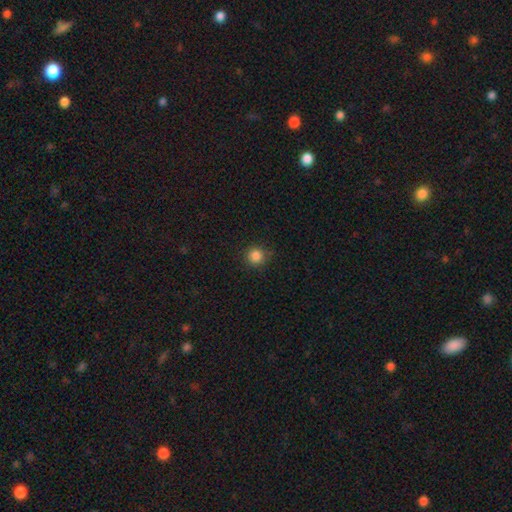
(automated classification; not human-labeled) The model was most divided on "smooth or featured": smooth: 85%, star or artifact: 11%, featured or disk: 4%. More confident: how rounded — round (94%); merging — none (87%).